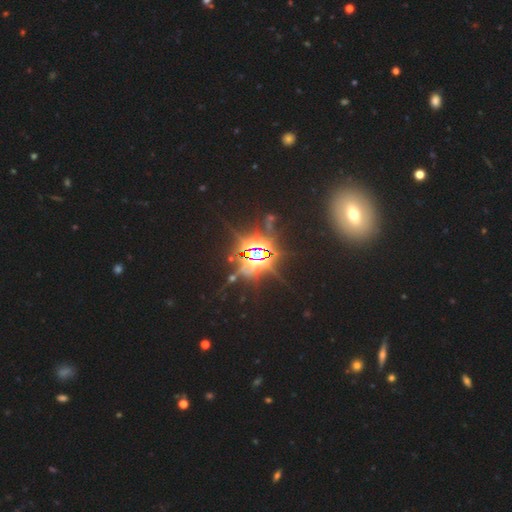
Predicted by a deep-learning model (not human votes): Smooth or featured? Predicted: star or artifact (p=0.86).